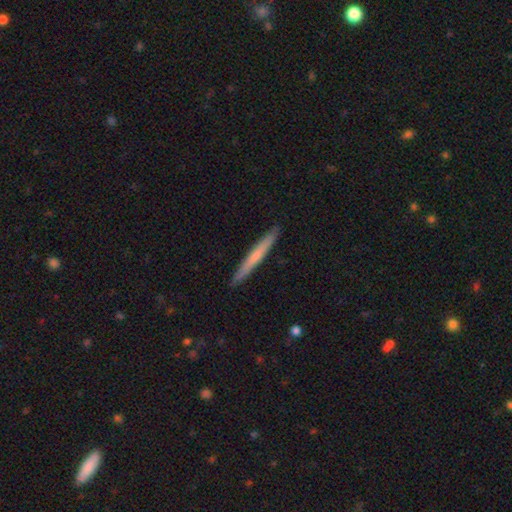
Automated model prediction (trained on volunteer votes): smooth 57%, featured or disk 38%, star or artifact 5%. Down the decision tree: how rounded — cigar-shaped (97%); merging — none (92%).